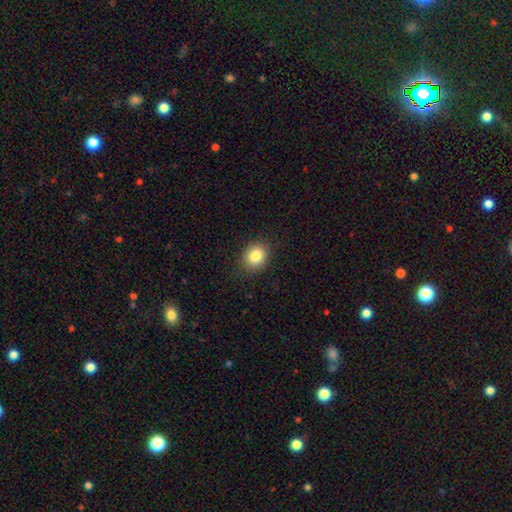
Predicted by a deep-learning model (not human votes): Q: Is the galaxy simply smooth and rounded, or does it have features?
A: smooth — 84%.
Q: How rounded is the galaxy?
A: round — 57%.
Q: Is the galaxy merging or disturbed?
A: none — 87%.